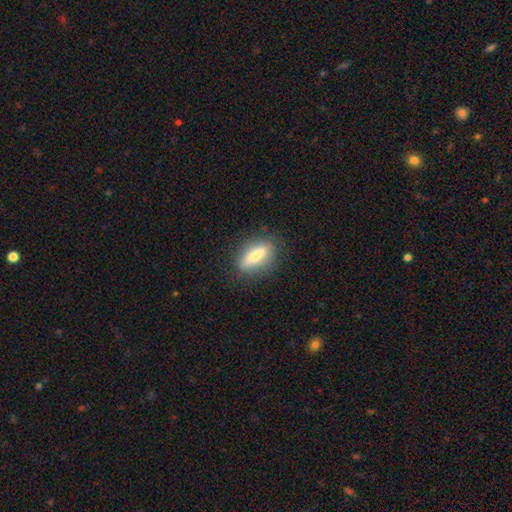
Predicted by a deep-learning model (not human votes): smooth 69%, featured or disk 24%, star or artifact 8%. Down the decision tree: how rounded — in between (53%); merging — none (82%).